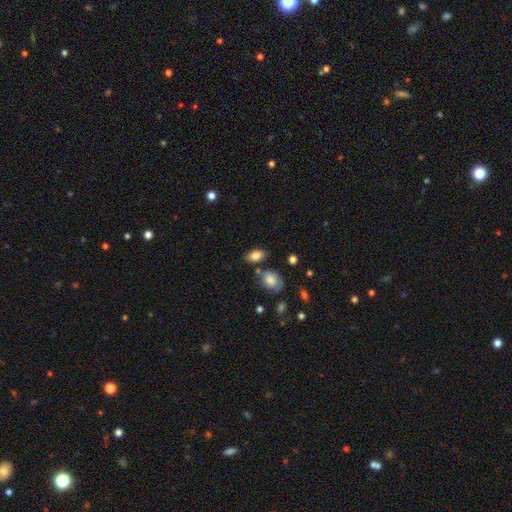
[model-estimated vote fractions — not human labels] This is clearly a smooth galaxy (82%). How rounded: clearly in between (89%). Merging: likely none (71%).